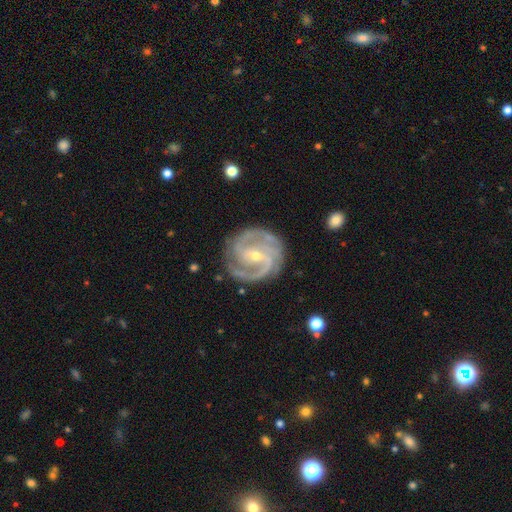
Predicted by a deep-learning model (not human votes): smooth-or-featured: featured or disk: 92% | star or artifact: 4% | smooth: 4%
  disk-edge-on: no: 98% | yes: 2%
    bar: weak: 40% | strong: 30% | no: 30%
    has-spiral-arms: yes: 98% | no: 2%
      spiral-winding: tight: 55% | medium: 39% | loose: 6%
      spiral-arm-count: 2: 50% | 3: 29% | can't tell: 8% | 4: 6% | 1: 4% | more than 4: 4%
    bulge-size: small: 65% | moderate: 32% | large: 1% | none: 1% | dominant: 1%
  merging: none: 80% | minor disturbance: 14% | major disturbance: 5% | merger: 1%